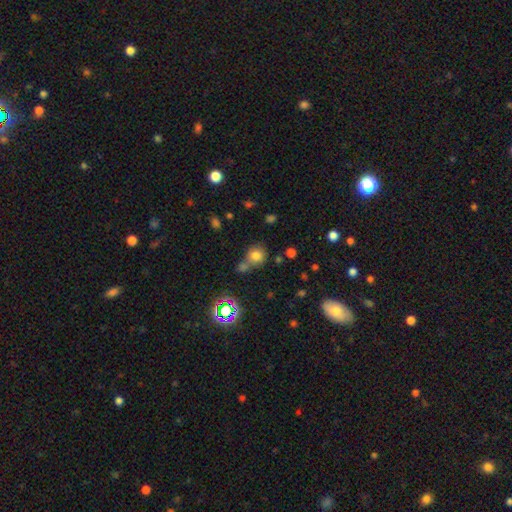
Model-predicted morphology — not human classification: This is likely a smooth galaxy (73%). How rounded: clearly round (83%). Merging: possibly none (52%).